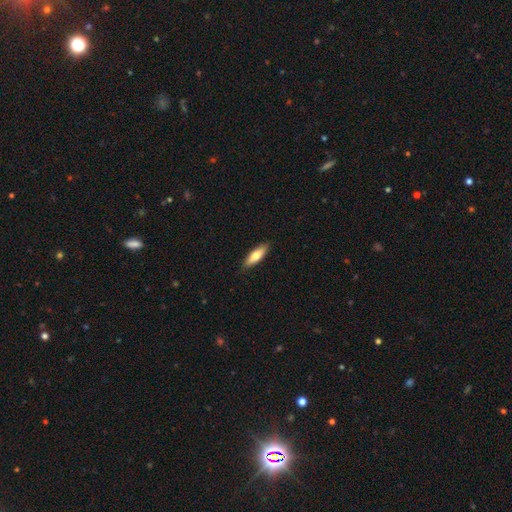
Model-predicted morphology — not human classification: type=smooth (73%); roundness=cigar-shaped (50%); merging=none (88%).